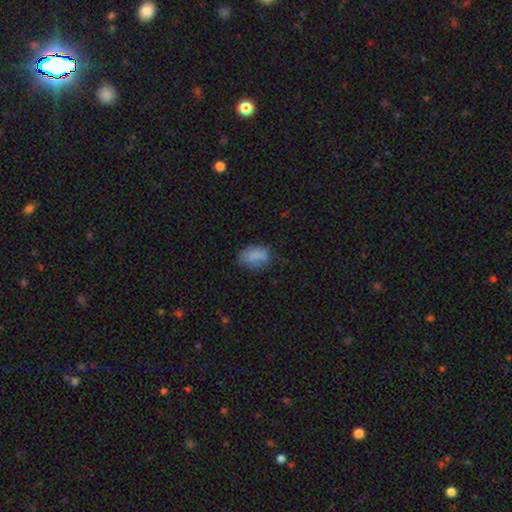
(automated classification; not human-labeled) A smooth galaxy with no disk features (81%) that is in between round and cigar-shaped (87%). Merging: none (58%).